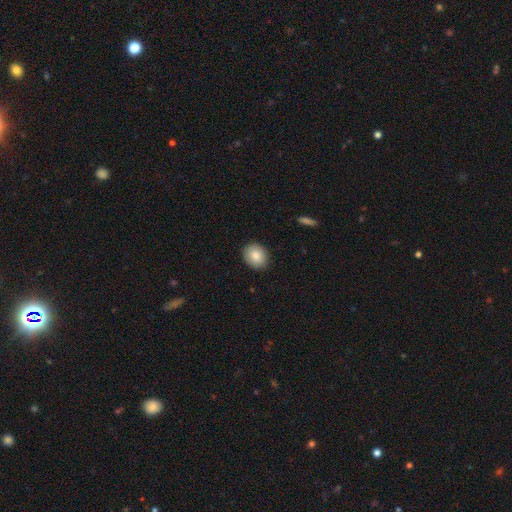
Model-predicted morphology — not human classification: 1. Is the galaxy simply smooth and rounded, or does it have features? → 84% smooth, 9% featured or disk, 7% star or artifact.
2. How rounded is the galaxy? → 55% round, 44% in between, 1% cigar-shaped.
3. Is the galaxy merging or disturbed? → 88% none, 9% minor disturbance, 2% major disturbance, 1% merger.